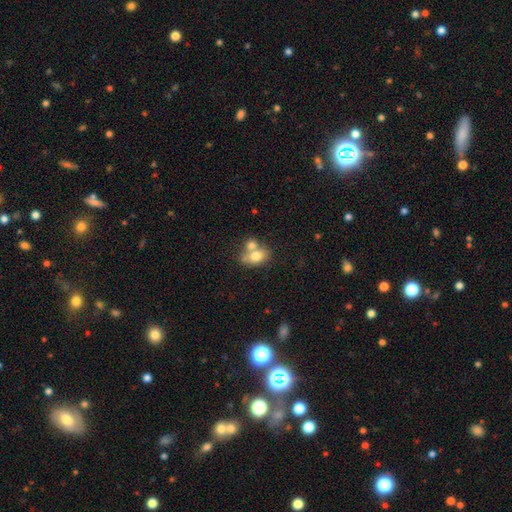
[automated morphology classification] This appears to be a smooth galaxy with no disk features (73%) that is in between round and cigar-shaped (74%). Merging: merger (52%).